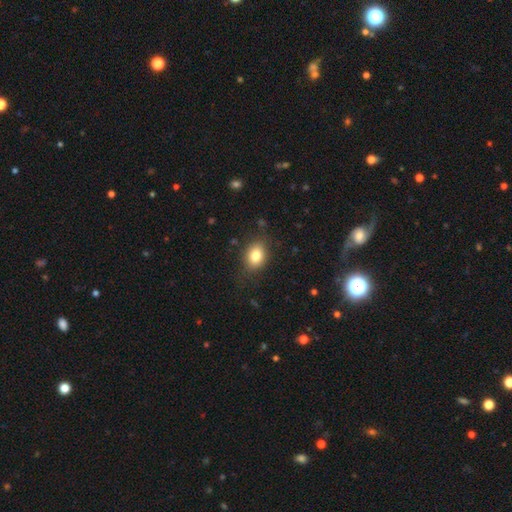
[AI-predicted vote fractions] Smooth or featured?
  - smooth: 82% *
  - star or artifact: 9%
  - featured or disk: 9%
How rounded?
  - in between: 69% *
  - round: 29%
  - cigar-shaped: 1%
Merging?
  - none: 81% *
  - minor disturbance: 14%
  - major disturbance: 4%
  - merger: 1%